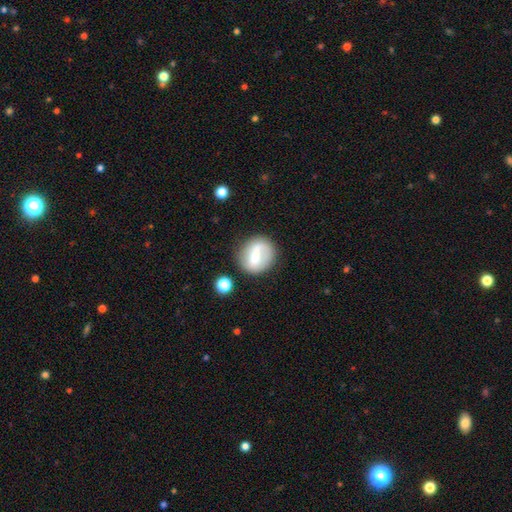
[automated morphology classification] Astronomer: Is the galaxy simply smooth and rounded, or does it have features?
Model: smooth — 51% (runner-up: featured or disk, 42%).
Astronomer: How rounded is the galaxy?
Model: round — 78%.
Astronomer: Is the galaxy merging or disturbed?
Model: none — 73%.